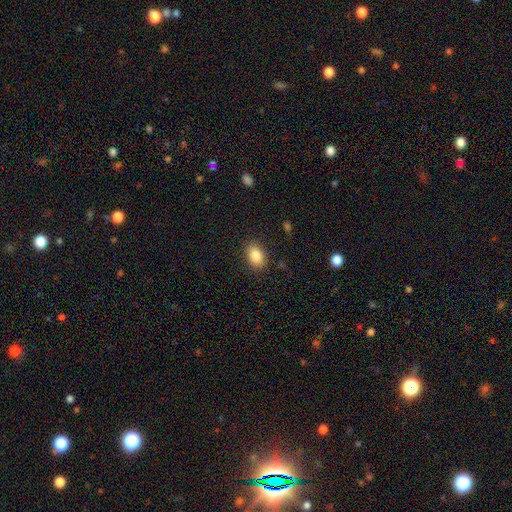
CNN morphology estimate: A smooth galaxy with no disk features (86%) that is in between round and cigar-shaped (81%).

Vote fractions:
- Smooth or featured? smooth: 86% / star or artifact: 8% / featured or disk: 5%
- How rounded? in between: 81% / round: 17% / cigar-shaped: 1%
- Merging? none: 87% / minor disturbance: 10% / major disturbance: 3% / merger: 1%